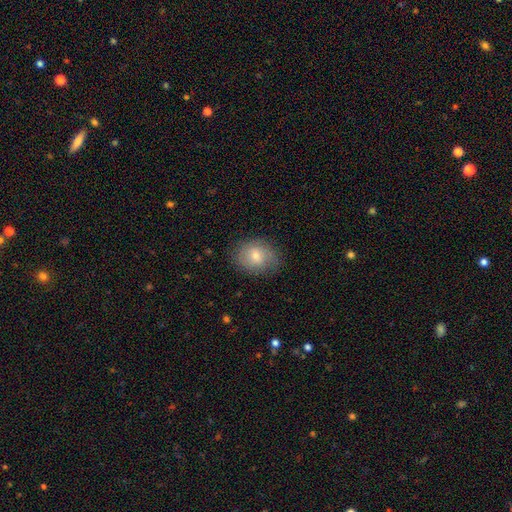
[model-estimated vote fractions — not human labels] smooth_or_featured: smooth (p=0.57) [alt: featured or disk p=0.33]
how_rounded: round (p=0.51) [alt: in between p=0.48]
merging: none (p=0.78) [alt: minor disturbance p=0.16]